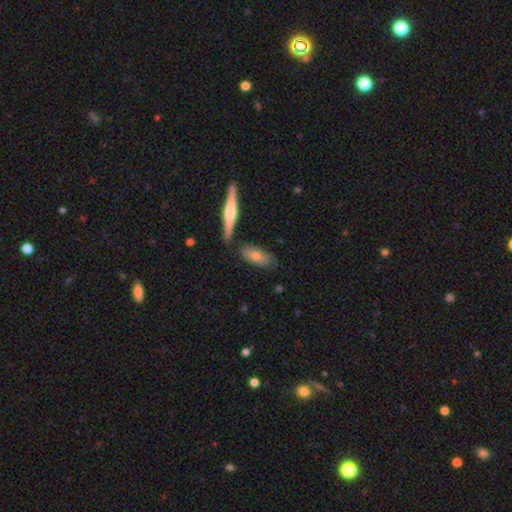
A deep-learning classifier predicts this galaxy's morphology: smooth 59%, featured or disk 35%, star or artifact 7%. Down the decision tree: how rounded — in between (71%); merging — none (73%).